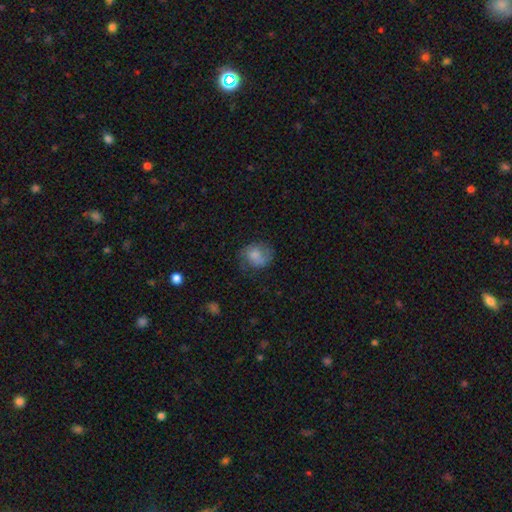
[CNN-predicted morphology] type=smooth (69%); roundness=round (65%); merging=none (54%).